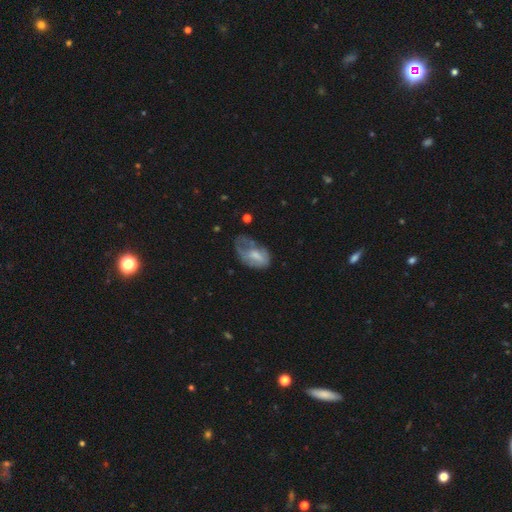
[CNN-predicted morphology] Smooth or featured: smooth — 52% (featured or disk — 40%)
How rounded: in between — 88% (round — 10%)
Merging: major disturbance — 42% (minor disturbance — 30%)